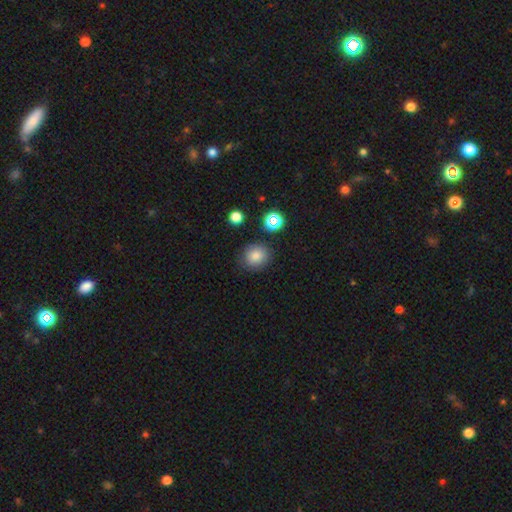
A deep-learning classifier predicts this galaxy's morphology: This appears to be a smooth galaxy with no disk features (82%) that is round (81%). Merging: none (84%).